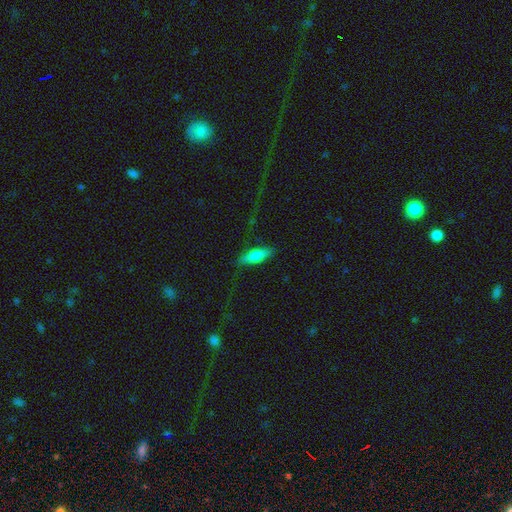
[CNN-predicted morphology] Smooth or featured? smooth (65%)
How rounded? in between (56%)
Merging? none (84%)